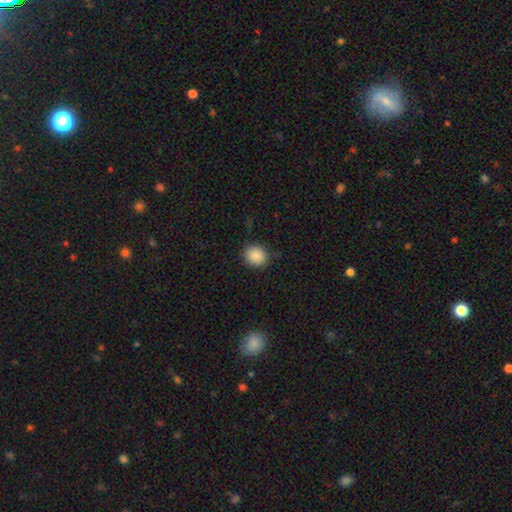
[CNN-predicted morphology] Smooth or featured?
  - smooth: 89% *
  - star or artifact: 8%
  - featured or disk: 3%
How rounded?
  - round: 78% *
  - in between: 21%
  - cigar-shaped: 1%
Merging?
  - none: 86% *
  - minor disturbance: 10%
  - major disturbance: 3%
  - merger: 1%